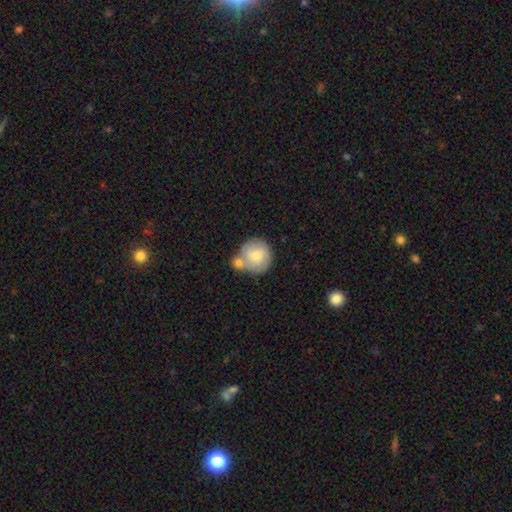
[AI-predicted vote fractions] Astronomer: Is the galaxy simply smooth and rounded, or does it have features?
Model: smooth — 76%.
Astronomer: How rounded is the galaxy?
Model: round — 91%.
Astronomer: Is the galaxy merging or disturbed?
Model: none — 45% (runner-up: merger, 37%).